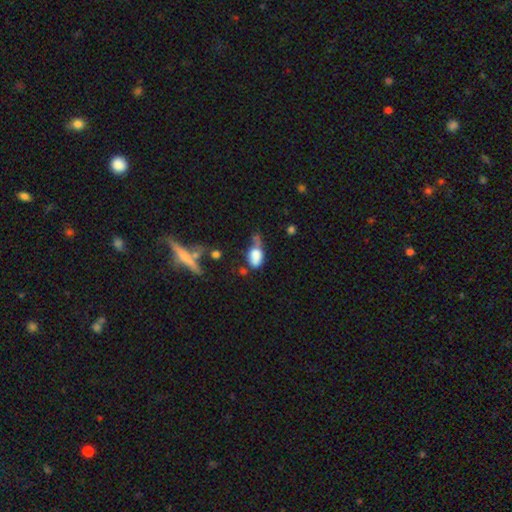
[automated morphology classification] This appears to be a smooth galaxy with no disk features (73%) that is in between round and cigar-shaped (86%). Merging: major disturbance (30%).